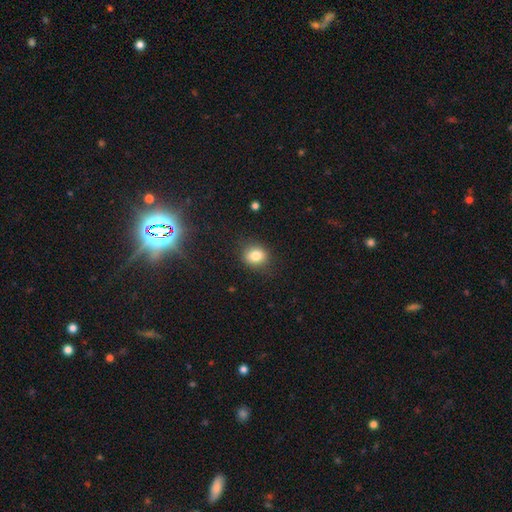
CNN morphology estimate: Smooth or featured? smooth (81%)
How rounded? round (64%)
Merging? none (83%)